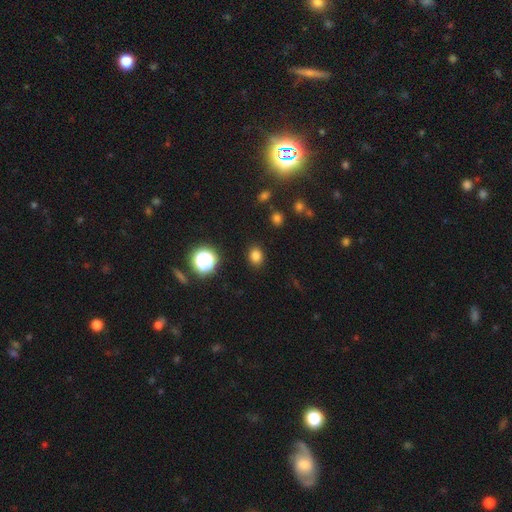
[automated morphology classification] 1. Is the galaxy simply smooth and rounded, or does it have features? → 80% smooth, 16% star or artifact, 5% featured or disk.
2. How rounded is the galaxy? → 55% round, 44% in between, 1% cigar-shaped.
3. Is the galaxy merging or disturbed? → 88% none, 8% minor disturbance, 3% major disturbance, 1% merger.